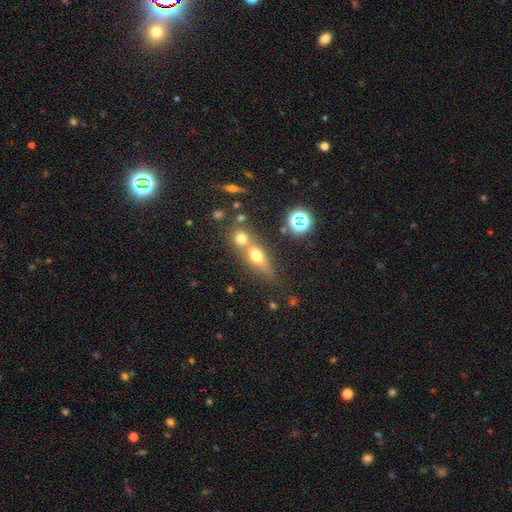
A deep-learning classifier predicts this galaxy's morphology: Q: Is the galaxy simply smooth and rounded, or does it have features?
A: smooth — 59%.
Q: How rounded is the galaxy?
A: in between — 46%.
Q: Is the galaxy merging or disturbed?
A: merger — 53%.